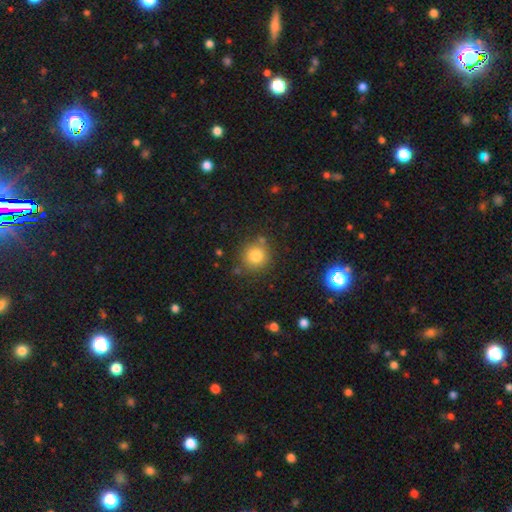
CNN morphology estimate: Smooth or featured: smooth — 80% (star or artifact — 12%)
How rounded: round — 91% (in between — 8%)
Merging: none — 81% (minor disturbance — 10%)